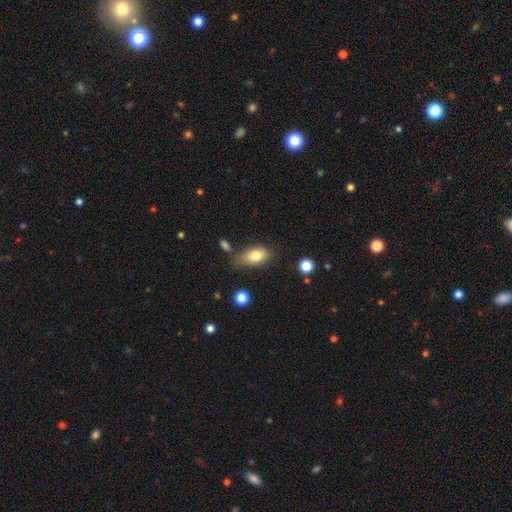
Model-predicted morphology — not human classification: Overall: smooth (80%). How rounded: in between (88%). Merging: none (62%; minor disturbance 24%).